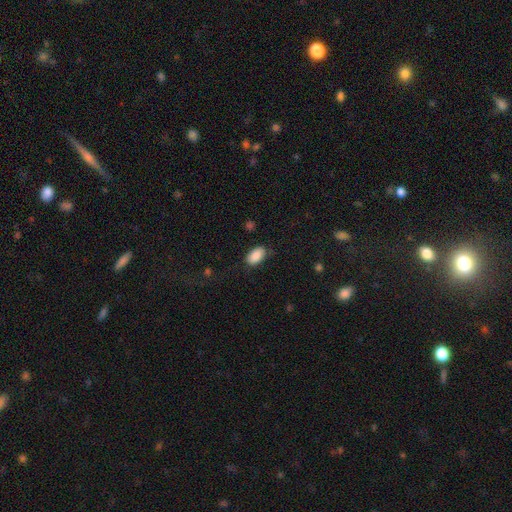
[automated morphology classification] smooth_or_featured: smooth (p=0.88) [alt: star or artifact p=0.07]
how_rounded: in between (p=0.94) [alt: round p=0.05]
merging: none (p=0.78) [alt: minor disturbance p=0.17]